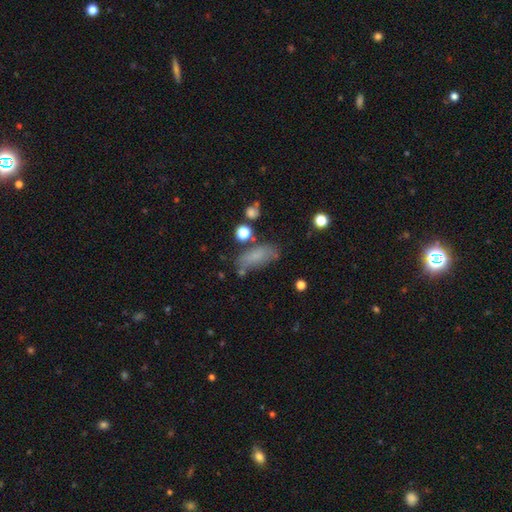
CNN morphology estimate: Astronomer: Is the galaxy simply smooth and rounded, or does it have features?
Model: smooth — 70%.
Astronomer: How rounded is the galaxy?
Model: in between — 75%.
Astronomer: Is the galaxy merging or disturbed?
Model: none — 58%.